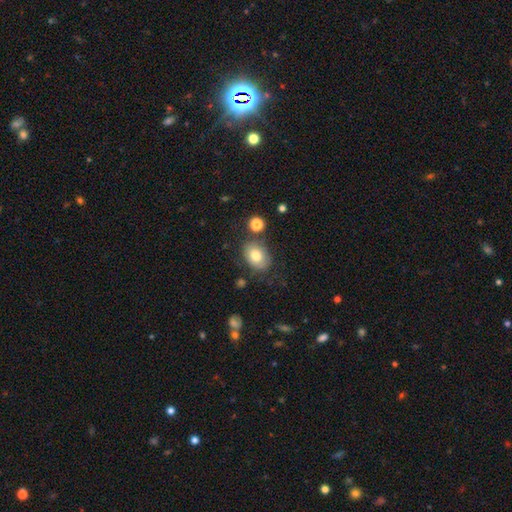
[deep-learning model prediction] This is likely a smooth galaxy (76%). How rounded: likely in between (70%). Merging: likely none (72%).